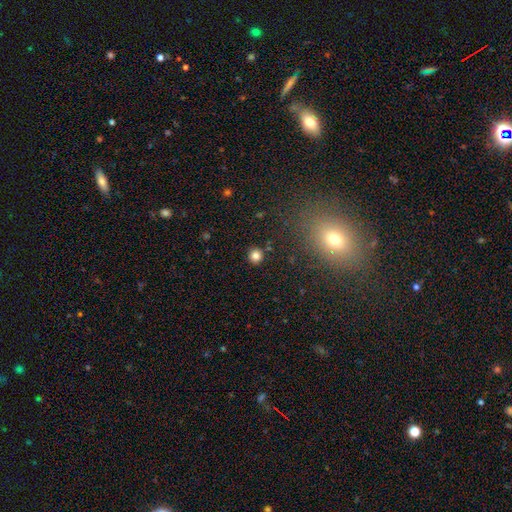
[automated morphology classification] smooth_or_featured: smooth (p=0.82) [alt: star or artifact p=0.13]
how_rounded: round (p=0.91) [alt: in between p=0.08]
merging: none (p=0.90) [alt: minor disturbance p=0.06]